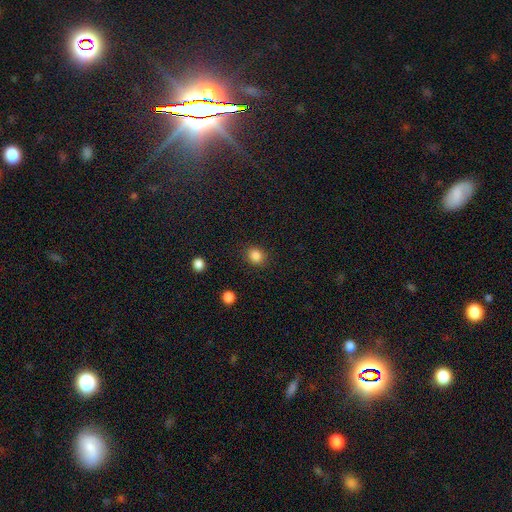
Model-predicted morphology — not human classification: smooth_or_featured: smooth (p=0.85) [alt: star or artifact p=0.11]
how_rounded: round (p=0.68) [alt: in between p=0.31]
merging: none (p=0.87) [alt: minor disturbance p=0.09]